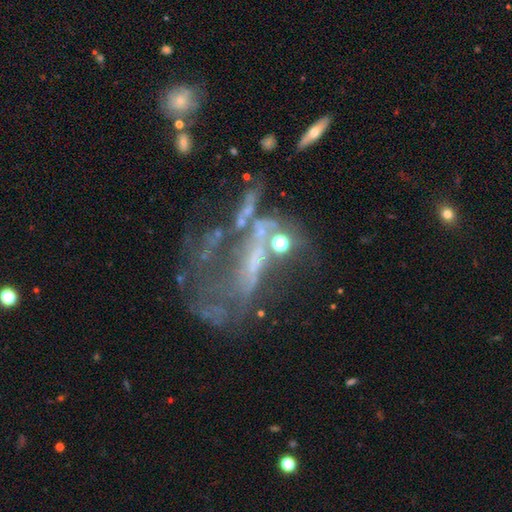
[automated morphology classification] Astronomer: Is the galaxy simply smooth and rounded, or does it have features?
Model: featured or disk — 63%.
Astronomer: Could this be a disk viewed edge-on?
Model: no — 90%.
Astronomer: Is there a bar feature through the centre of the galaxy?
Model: no — 56%.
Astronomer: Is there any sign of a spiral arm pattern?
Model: no — 69%.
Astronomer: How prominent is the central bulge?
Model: none — 49% (runner-up: small, 27%).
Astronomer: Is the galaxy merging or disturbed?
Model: major disturbance — 44% (runner-up: none, 26%).